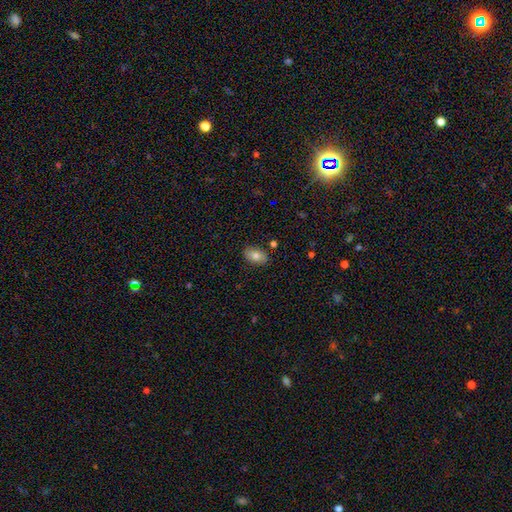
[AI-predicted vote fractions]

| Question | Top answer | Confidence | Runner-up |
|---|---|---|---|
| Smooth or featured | smooth | 79% | featured or disk (13%) |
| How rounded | in between | 91% | round (8%) |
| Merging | none | 86% | minor disturbance (10%) |